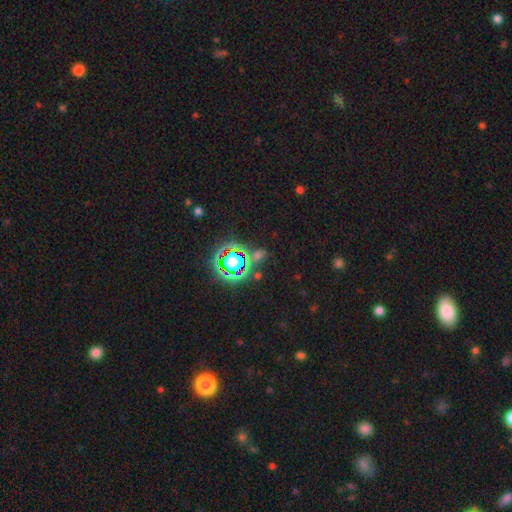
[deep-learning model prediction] smooth_or_featured: star or artifact (p=0.71) [alt: smooth p=0.19]